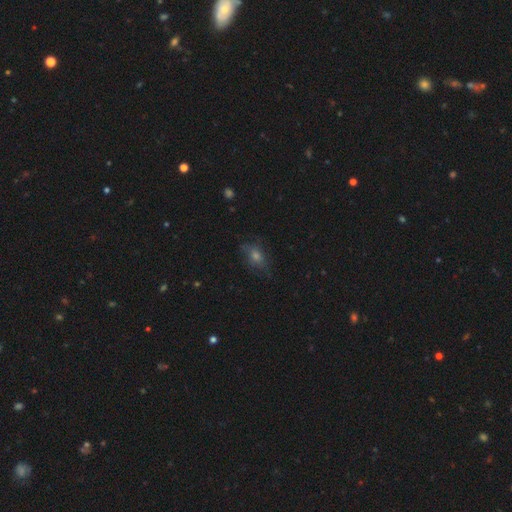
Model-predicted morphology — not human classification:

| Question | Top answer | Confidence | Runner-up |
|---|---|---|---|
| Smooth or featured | smooth | 51% | star or artifact (25%) |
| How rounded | in between | 70% | round (24%) |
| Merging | none | 70% | minor disturbance (20%) |